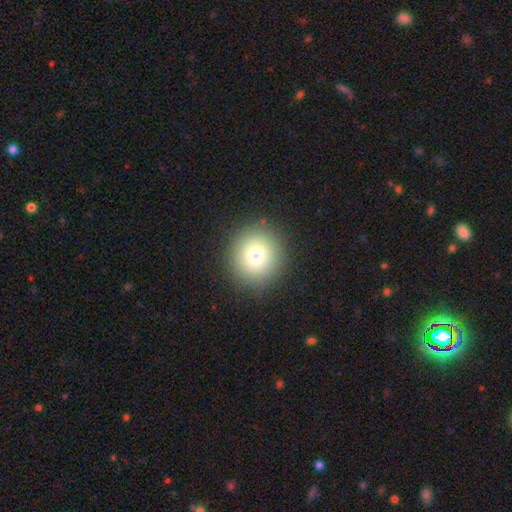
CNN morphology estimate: A smooth galaxy with no disk features (78%) that is round (91%).

Vote fractions:
- Smooth or featured? smooth: 78% / star or artifact: 12% / featured or disk: 10%
- How rounded? round: 91% / in between: 8% / cigar-shaped: 1%
- Merging? none: 90% / minor disturbance: 6% / major disturbance: 3% / merger: 1%